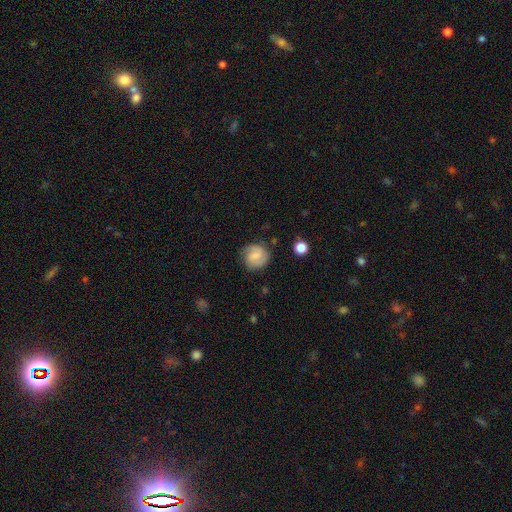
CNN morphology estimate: This appears to be a smooth galaxy with no disk features (49%). Merging: none (75%).